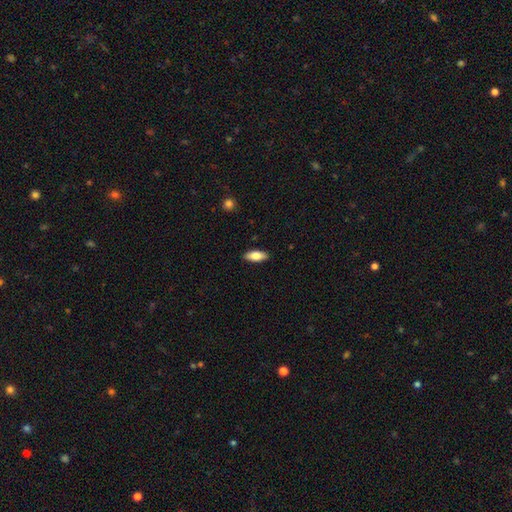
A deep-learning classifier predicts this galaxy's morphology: Q: Smooth or featured?
A: smooth (81%); runner-up: featured or disk (12%)
Q: How rounded?
A: in between (81%); runner-up: cigar-shaped (17%)
Q: Merging?
A: none (89%); runner-up: minor disturbance (9%)